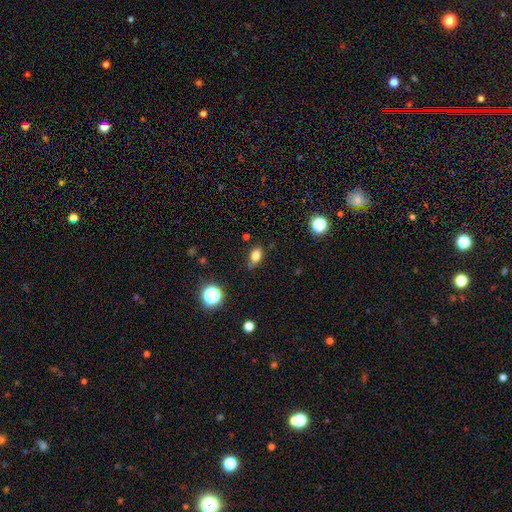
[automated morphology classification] Smooth or featured: smooth — 79% (star or artifact — 12%)
How rounded: in between — 77% (round — 18%)
Merging: none — 71% (minor disturbance — 21%)